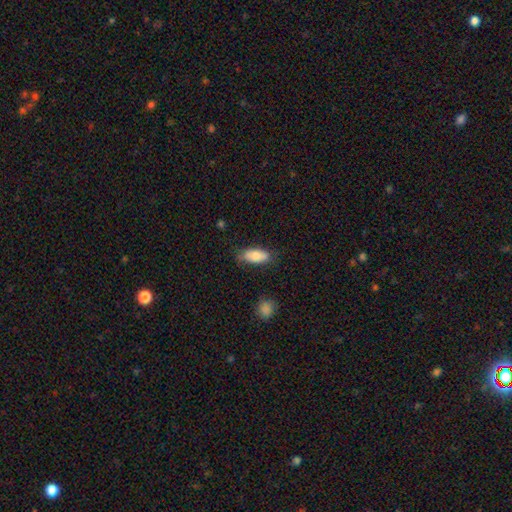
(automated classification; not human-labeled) A smooth galaxy with no disk features (80%) that is in between round and cigar-shaped (86%).

Vote fractions:
- Smooth or featured? smooth: 80% / featured or disk: 13% / star or artifact: 7%
- How rounded? in between: 86% / cigar-shaped: 11% / round: 3%
- Merging? none: 75% / minor disturbance: 18% / major disturbance: 4% / merger: 2%